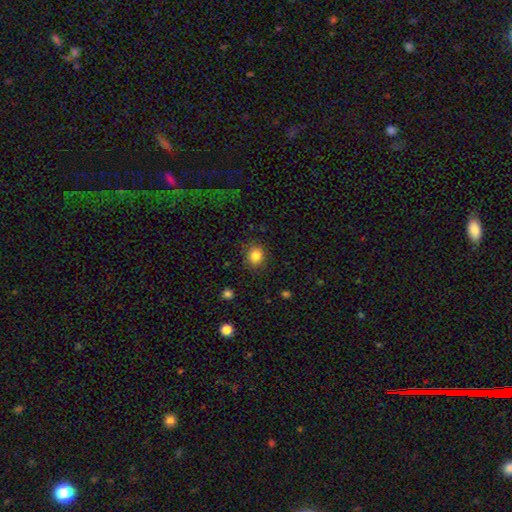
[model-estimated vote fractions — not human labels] The model was most divided on "how rounded": round: 74%, in between: 26%, cigar-shaped: 1%. More confident: merging — none (85%); smooth or featured — smooth (85%).